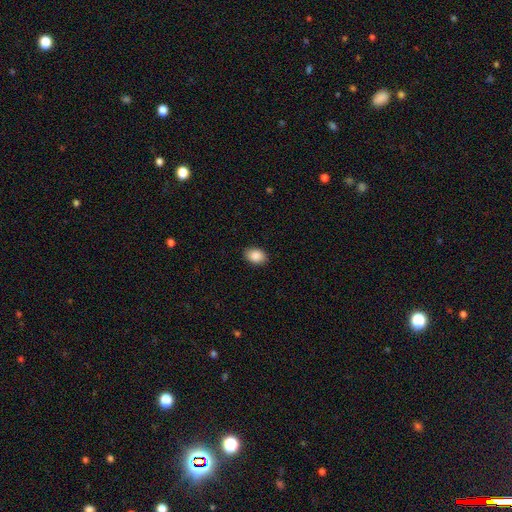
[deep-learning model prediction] Smooth or featured? smooth (88%)
How rounded? in between (79%)
Merging? none (88%)